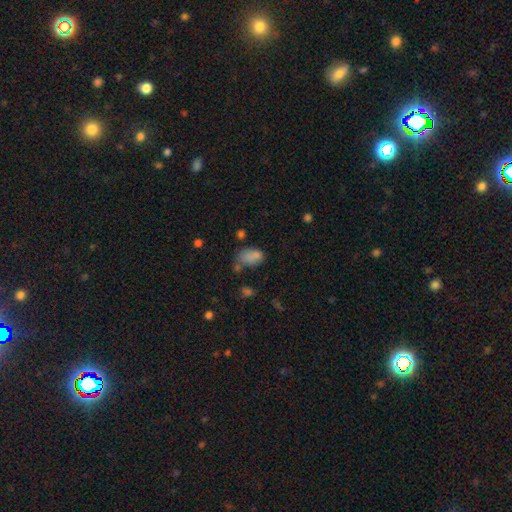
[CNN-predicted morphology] smooth-or-featured: smooth: 79% | star or artifact: 13% | featured or disk: 8%
  how-rounded: in between: 89% | round: 9% | cigar-shaped: 2%
  merging: none: 49% | minor disturbance: 26% | major disturbance: 13% | merger: 12%